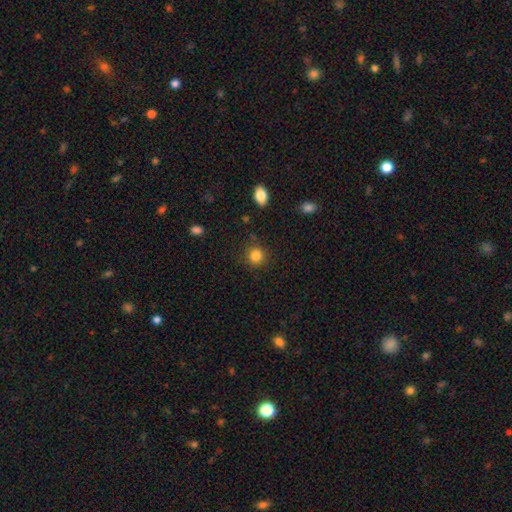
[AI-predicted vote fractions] smooth 85%, star or artifact 11%, featured or disk 4%. Down the decision tree: how rounded — round (89%); merging — none (86%).